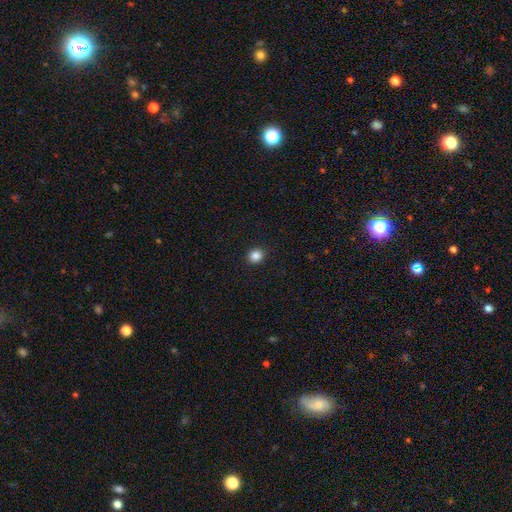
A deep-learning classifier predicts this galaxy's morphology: Smooth or featured? smooth (85%)
How rounded? round (85%)
Merging? none (92%)